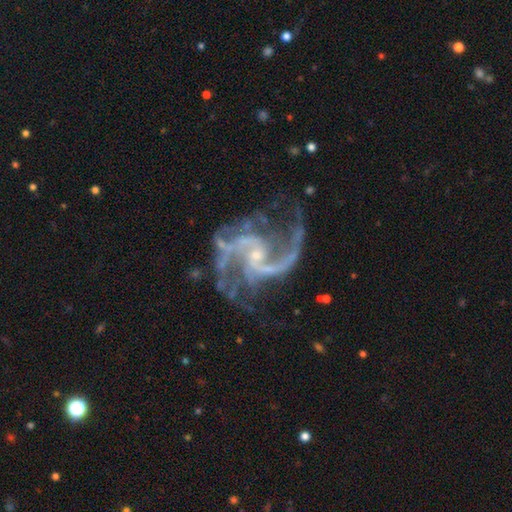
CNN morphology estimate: type=featured or disk (93%); edge-on=no (98%); bar=no (51%); spiral arms=yes (98%); winding=medium (50%); arm count=2 (75%); bulge=small (81%); merging=none (61%).